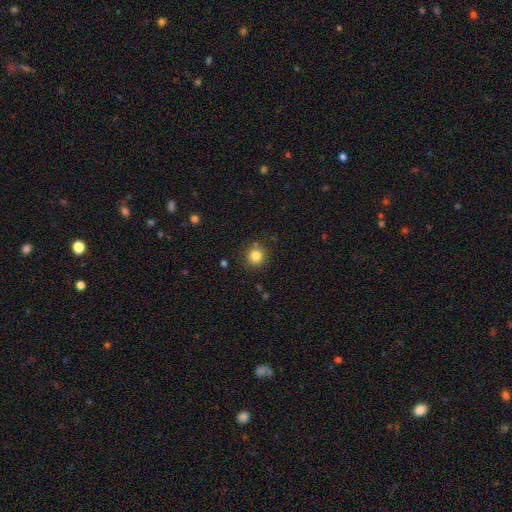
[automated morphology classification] Smooth or featured?
  - smooth: 83% *
  - star or artifact: 12%
  - featured or disk: 5%
How rounded?
  - round: 90% *
  - in between: 9%
  - cigar-shaped: 1%
Merging?
  - none: 88% *
  - minor disturbance: 8%
  - major disturbance: 3%
  - merger: 2%